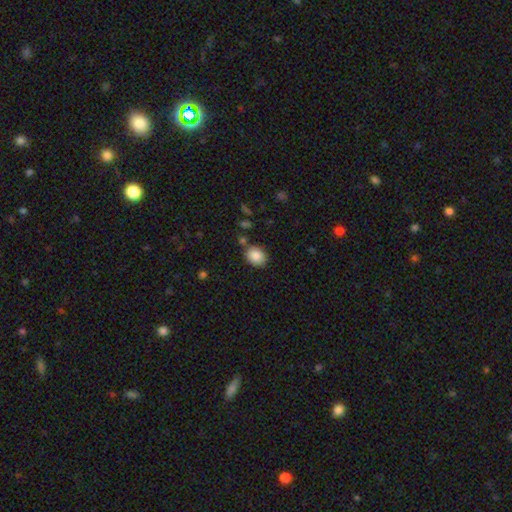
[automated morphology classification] type=smooth (87%); roundness=in between (57%); merging=none (79%).